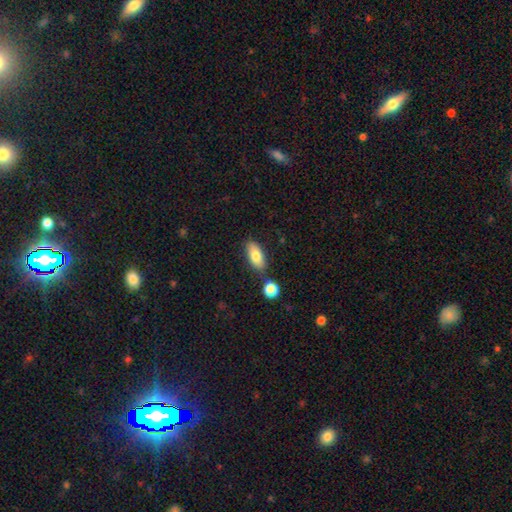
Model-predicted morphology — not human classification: smooth_or_featured: smooth (p=0.79) [alt: featured or disk p=0.14]
how_rounded: in between (p=0.86) [alt: cigar-shaped p=0.10]
merging: none (p=0.72) [alt: minor disturbance p=0.14]